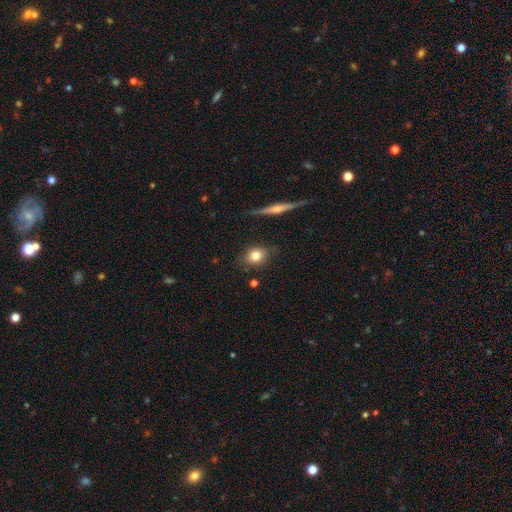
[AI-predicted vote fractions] Morphology: type=smooth (77%); roundness=round (59%); merging=none (81%).